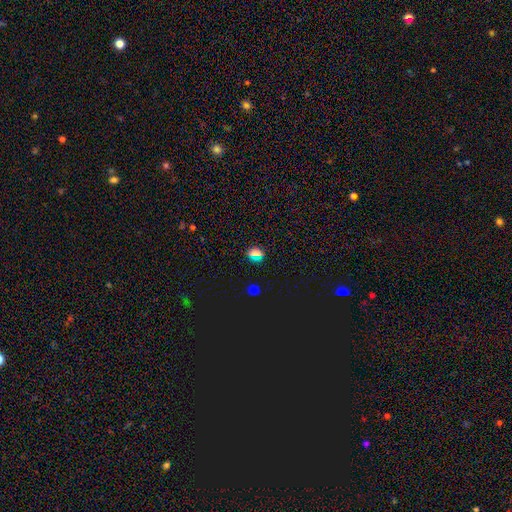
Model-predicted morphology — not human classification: Overall: smooth (53%; star or artifact 40%). How rounded: round (69%). Merging: none (88%).